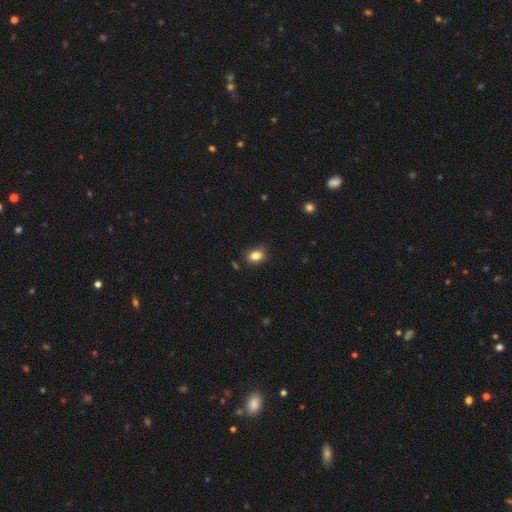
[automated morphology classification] A smooth galaxy with no disk features (84%) that is in between round and cigar-shaped (63%).

Vote fractions:
- Smooth or featured? smooth: 84% / star or artifact: 10% / featured or disk: 6%
- How rounded? in between: 63% / round: 36% / cigar-shaped: 1%
- Merging? none: 83% / minor disturbance: 13% / major disturbance: 2% / merger: 2%